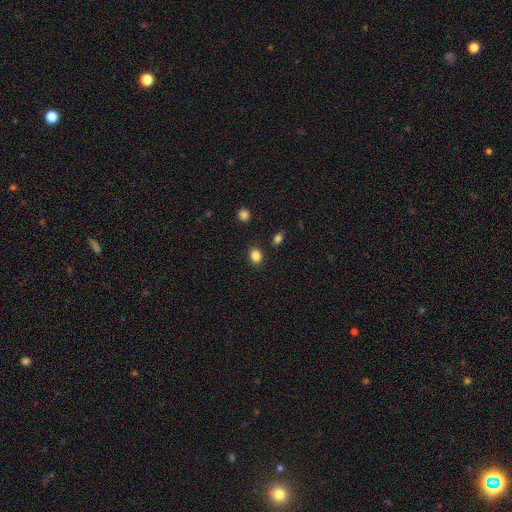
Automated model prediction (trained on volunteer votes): smooth-or-featured: smooth: 86% | star or artifact: 11% | featured or disk: 4%
  how-rounded: in between: 59% | round: 40% | cigar-shaped: 1%
  merging: none: 86% | minor disturbance: 9% | merger: 3% | major disturbance: 3%